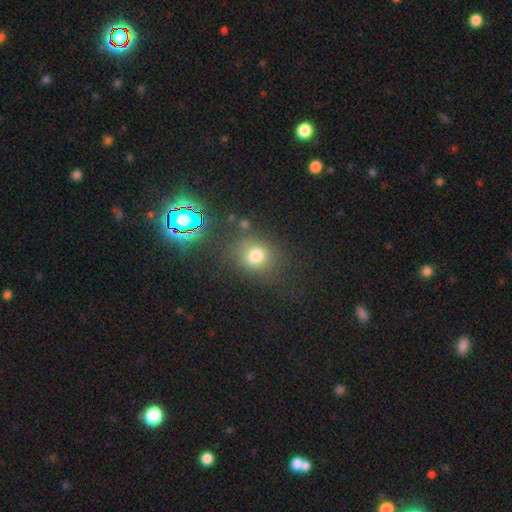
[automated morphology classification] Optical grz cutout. It shows a smooth galaxy with no disk features (75%) that is round (67%). Merging: none (70%).